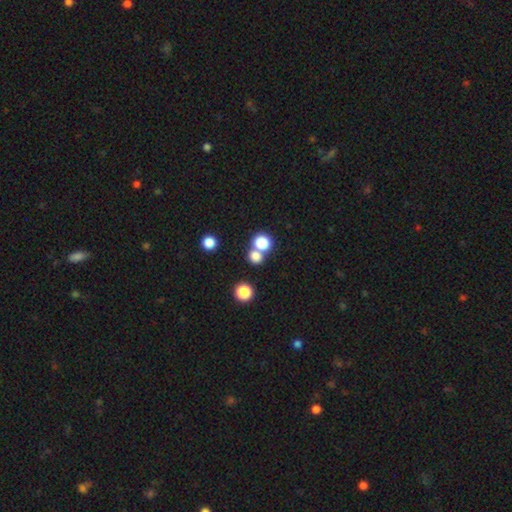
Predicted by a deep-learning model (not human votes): A smooth galaxy with no disk features (75%) that is round (83%).

Vote fractions:
- Smooth or featured? smooth: 75% / star or artifact: 18% / featured or disk: 8%
- How rounded? round: 83% / in between: 16% / cigar-shaped: 1%
- Merging? none: 57% / merger: 35% / minor disturbance: 6% / major disturbance: 3%